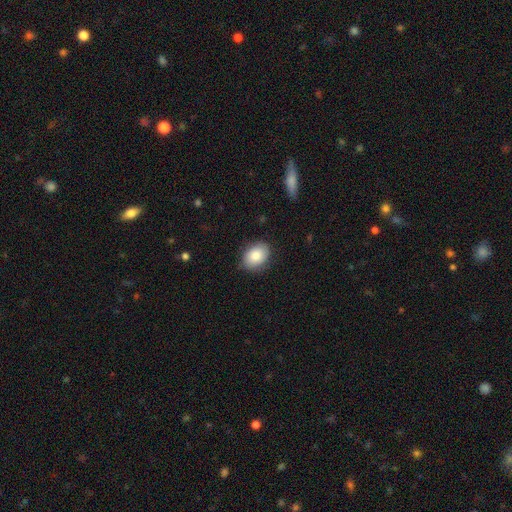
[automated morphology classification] This appears to be a smooth galaxy with no disk features (84%) that is in between round and cigar-shaped (71%). Merging: none (82%).